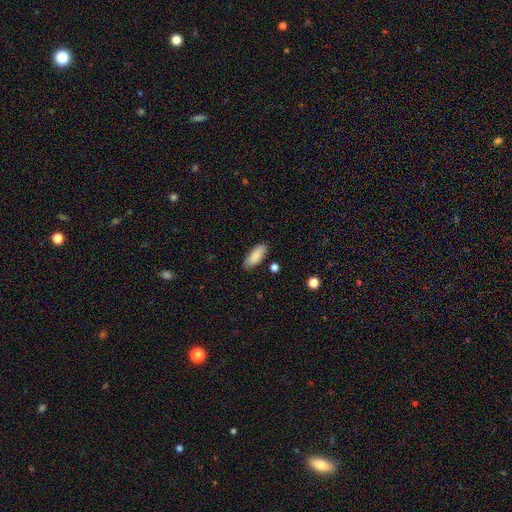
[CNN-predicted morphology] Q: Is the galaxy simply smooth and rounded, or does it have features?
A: smooth — 88%.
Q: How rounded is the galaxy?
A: in between — 82%.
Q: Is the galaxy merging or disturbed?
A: none — 84%.